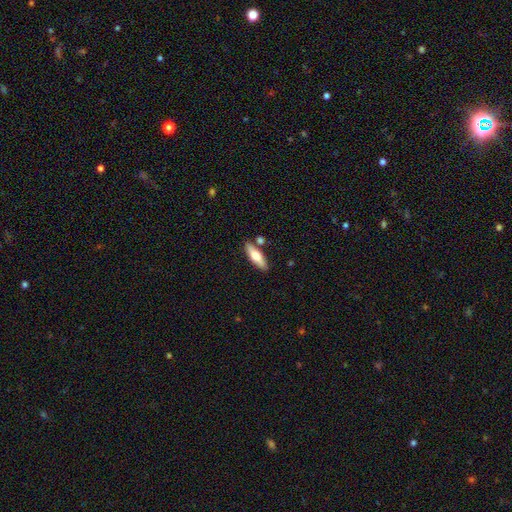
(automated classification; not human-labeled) Q: Smooth or featured?
A: smooth (65%); runner-up: featured or disk (30%)
Q: How rounded?
A: cigar-shaped (51%); runner-up: in between (46%)
Q: Merging?
A: none (80%); runner-up: minor disturbance (10%)